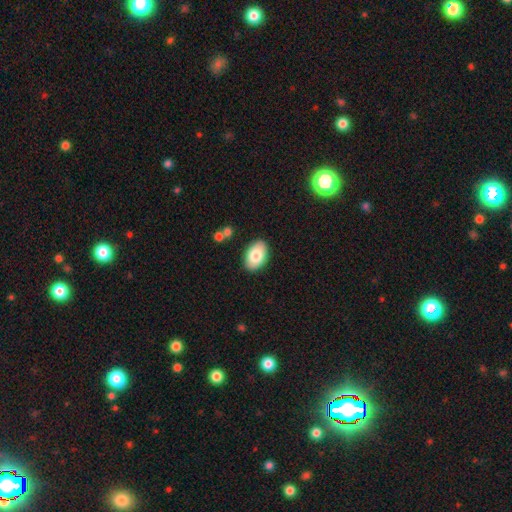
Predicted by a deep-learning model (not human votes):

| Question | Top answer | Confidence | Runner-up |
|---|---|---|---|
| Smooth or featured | smooth | 80% | featured or disk (13%) |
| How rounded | in between | 92% | round (7%) |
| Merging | none | 87% | minor disturbance (9%) |